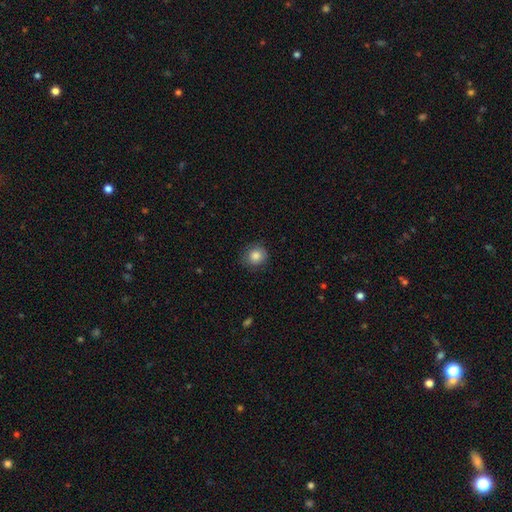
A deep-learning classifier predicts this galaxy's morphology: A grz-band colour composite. It shows a smooth galaxy with no disk features (85%) that is round (84%). Merging: none (82%).